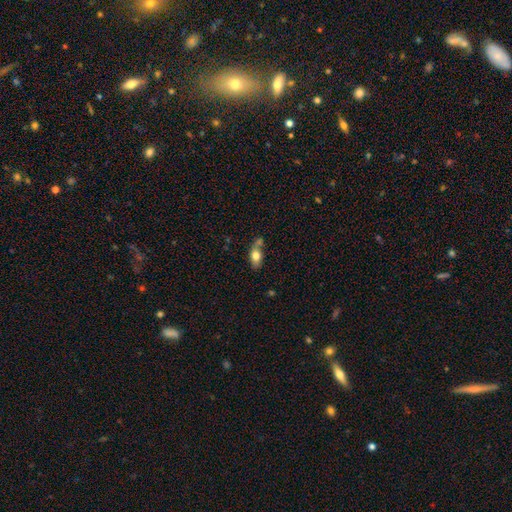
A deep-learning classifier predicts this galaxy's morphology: smooth 70%, featured or disk 22%, star or artifact 8%. Down the decision tree: how rounded — in between (81%); merging — none (49%).